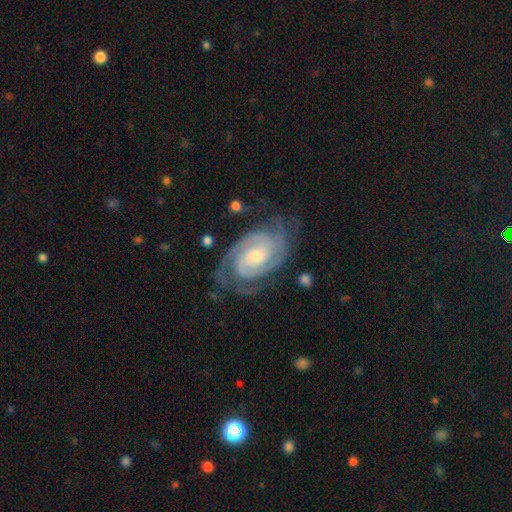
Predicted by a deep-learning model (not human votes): A featured or disk galaxy (92%) with no bar (56%), 2 (76%) tight (74%) spiral arms (98%) and a small central bulge (58%).

Vote fractions:
- Smooth or featured? featured or disk: 92% / smooth: 4% / star or artifact: 4%
- Edge-on disk? no: 97% / yes: 3%
- Bar? no: 56% / weak: 32% / strong: 11%
- Spiral arms? yes: 98% / no: 2%
- Spiral winding? tight: 74% / medium: 23% / loose: 3%
- Spiral arm count? 2: 76% / 3: 11% / can't tell: 6% / 4: 3% / 1: 2% / more than 4: 2%
- Bulge size? small: 58% / moderate: 37% / large: 2% / none: 2% / dominant: 1%
- Merging? none: 73% / minor disturbance: 18% / major disturbance: 8% / merger: 2%